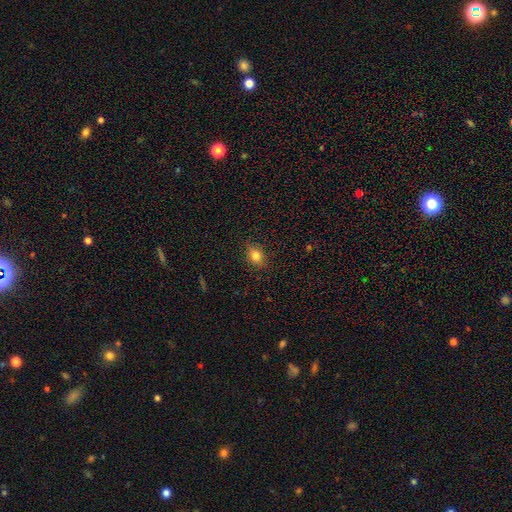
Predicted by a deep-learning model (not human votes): smooth_or_featured: smooth (p=0.81) [alt: star or artifact p=0.11]
how_rounded: in between (p=0.62) [alt: round p=0.36]
merging: none (p=0.84) [alt: minor disturbance p=0.12]